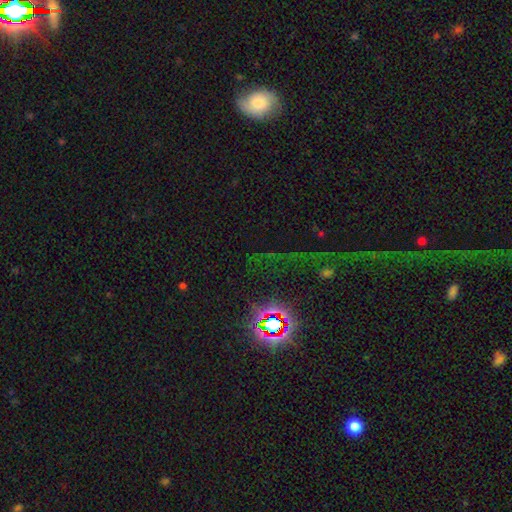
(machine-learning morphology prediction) This appears to be a star or artifact, not a galaxy (71%).